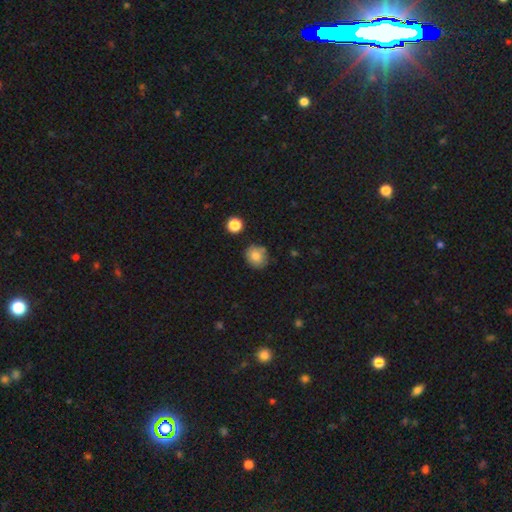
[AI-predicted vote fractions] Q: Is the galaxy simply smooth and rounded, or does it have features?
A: smooth — 82%.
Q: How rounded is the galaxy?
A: round — 78%.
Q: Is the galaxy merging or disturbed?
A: none — 79%.